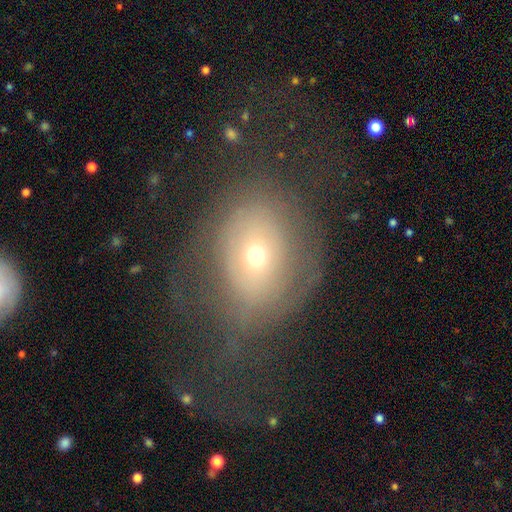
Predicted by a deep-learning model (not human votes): The model was most divided on "merging": major disturbance: 45%, none: 34%, minor disturbance: 18%, merger: 2%. More confident: how rounded — round (57%); smooth or featured — smooth (51%).